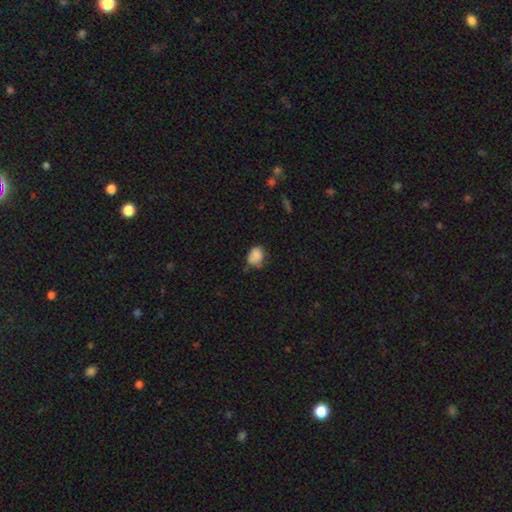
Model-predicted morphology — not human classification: Q: Smooth or featured?
A: smooth (84%); runner-up: star or artifact (10%)
Q: How rounded?
A: in between (52%); runner-up: round (47%)
Q: Merging?
A: none (50%); runner-up: minor disturbance (36%)